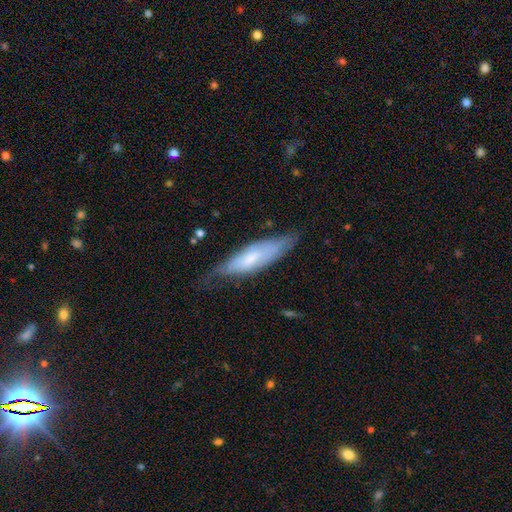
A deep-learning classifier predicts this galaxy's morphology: Q: Smooth or featured?
A: smooth (47%); runner-up: featured or disk (45%)
Q: Merging?
A: none (62%); runner-up: minor disturbance (29%)